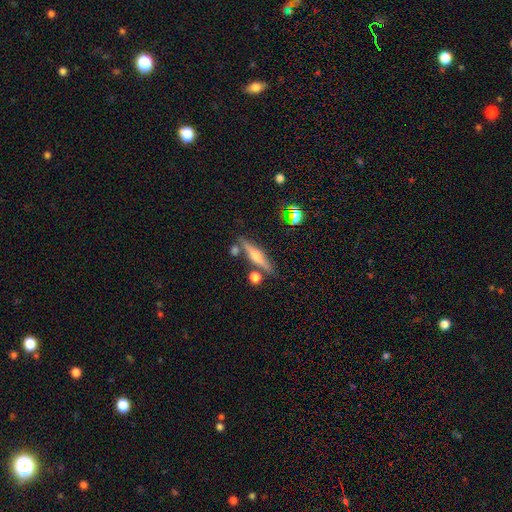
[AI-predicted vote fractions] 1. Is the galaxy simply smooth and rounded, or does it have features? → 58% featured or disk, 32% smooth, 9% star or artifact.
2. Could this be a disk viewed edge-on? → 95% yes, 5% no.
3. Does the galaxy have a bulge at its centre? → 79% rounded, 11% boxy, 10% none.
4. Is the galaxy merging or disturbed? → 77% none, 11% minor disturbance, 9% merger, 3% major disturbance.